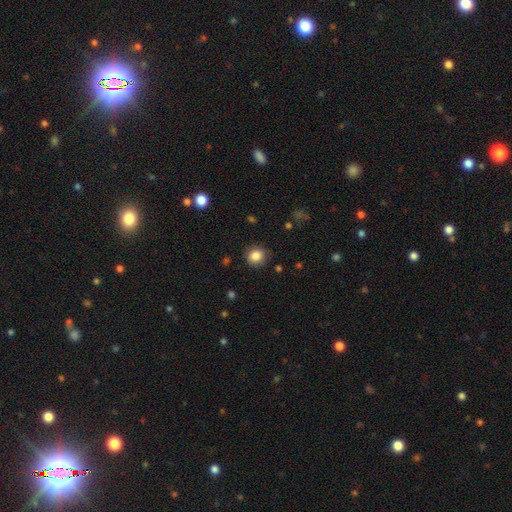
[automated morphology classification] The model was most divided on "smooth or featured": smooth: 85%, star or artifact: 10%, featured or disk: 5%. More confident: how rounded — round (88%); merging — none (87%).